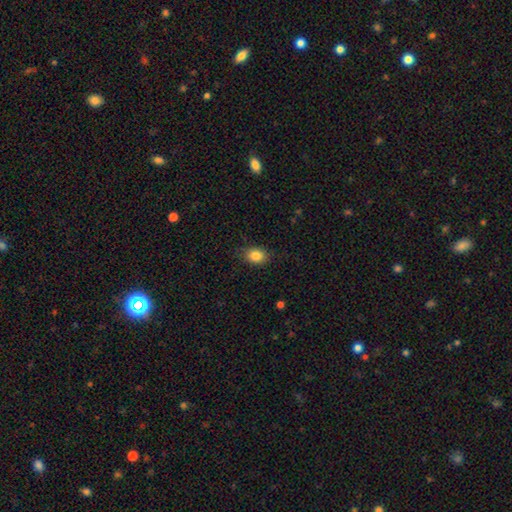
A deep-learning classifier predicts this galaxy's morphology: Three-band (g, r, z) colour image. It shows a smooth galaxy with no disk features (85%) that is in between round and cigar-shaped (60%). Merging: none (82%).